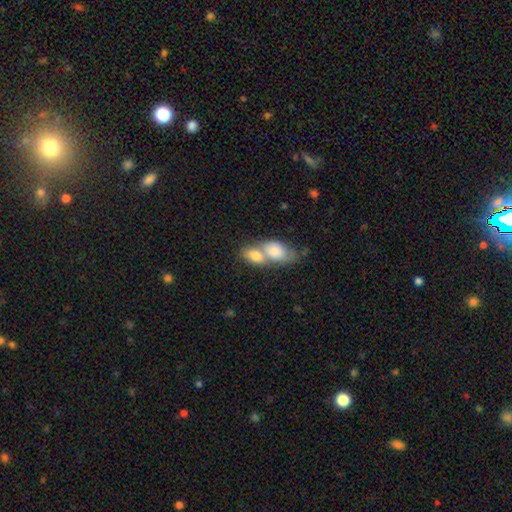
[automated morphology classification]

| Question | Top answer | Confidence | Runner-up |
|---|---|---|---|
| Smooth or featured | smooth | 79% | featured or disk (15%) |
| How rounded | in between | 86% | round (10%) |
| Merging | merger | 75% | none (16%) |